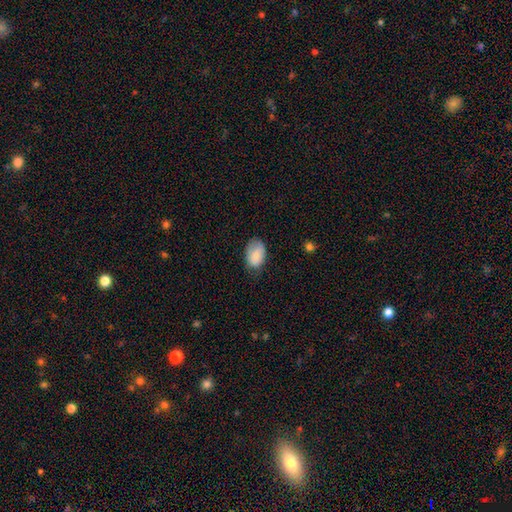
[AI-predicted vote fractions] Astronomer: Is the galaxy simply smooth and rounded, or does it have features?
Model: smooth — 81%.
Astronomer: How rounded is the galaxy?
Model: in between — 89%.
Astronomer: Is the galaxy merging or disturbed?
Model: none — 62%.